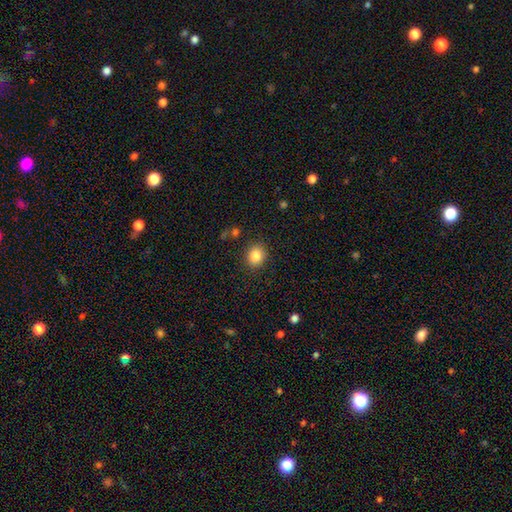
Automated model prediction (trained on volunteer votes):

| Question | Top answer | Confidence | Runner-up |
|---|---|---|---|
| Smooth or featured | smooth | 85% | star or artifact (10%) |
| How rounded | round | 70% | in between (29%) |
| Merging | none | 88% | minor disturbance (8%) |